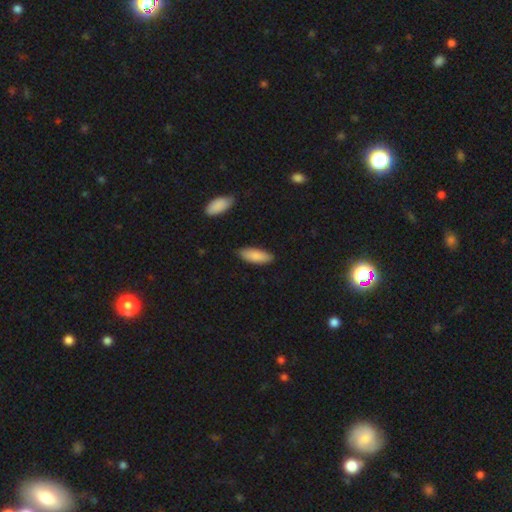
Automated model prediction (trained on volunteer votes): smooth-or-featured: smooth: 87% | featured or disk: 8% | star or artifact: 6%
  how-rounded: in between: 69% | cigar-shaped: 30% | round: 2%
  merging: none: 85% | minor disturbance: 11% | major disturbance: 2% | merger: 2%